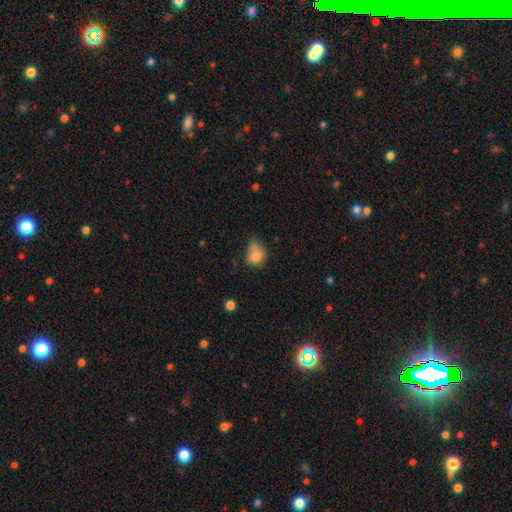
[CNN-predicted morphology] Smooth or featured?
  - smooth: 76% *
  - featured or disk: 14%
  - star or artifact: 10%
How rounded?
  - in between: 53% *
  - round: 46%
  - cigar-shaped: 1%
Merging?
  - merger: 32% *
  - none: 30%
  - minor disturbance: 24%
  - major disturbance: 14%